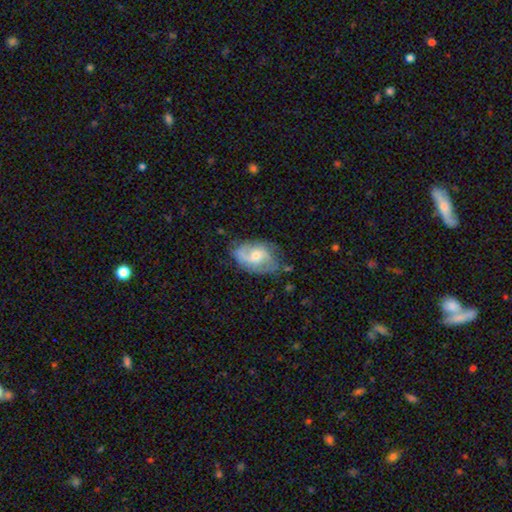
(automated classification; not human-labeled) Smooth or featured? featured or disk (70%)
Edge-on disk? no (96%)
Bar? no (54%)
Spiral arms? yes (89%)
Spiral winding? medium (44%)
Spiral arm count? 2 (73%)
Bulge size? moderate (52%)
Merging? none (63%)